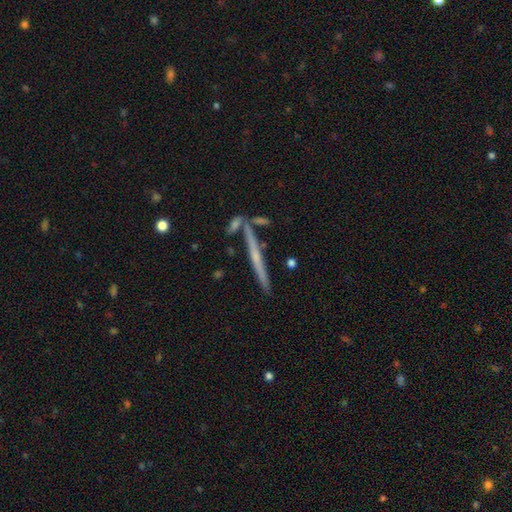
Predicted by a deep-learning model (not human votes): A featured or disk galaxy (66%) viewed edge-on (97%) with no central bulge (53%).

Vote fractions:
- Smooth or featured? featured or disk: 66% / smooth: 26% / star or artifact: 8%
- Edge-on disk? yes: 97% / no: 3%
- Edge-on bulge? none: 53% / rounded: 41% / boxy: 6%
- Merging? none: 80% / merger: 9% / minor disturbance: 8% / major disturbance: 2%